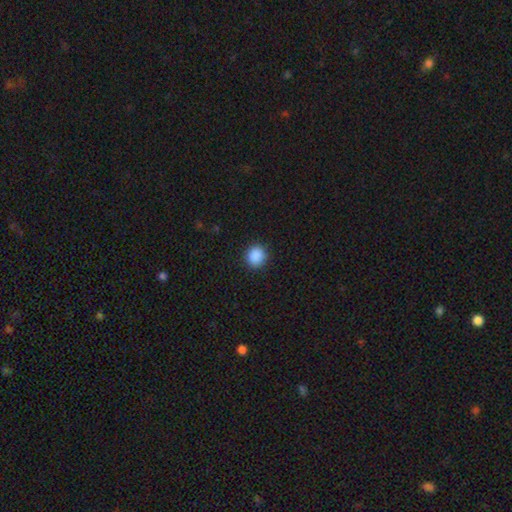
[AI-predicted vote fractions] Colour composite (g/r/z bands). It shows a smooth galaxy with no disk features (89%) that is round (87%). Merging: none (90%).